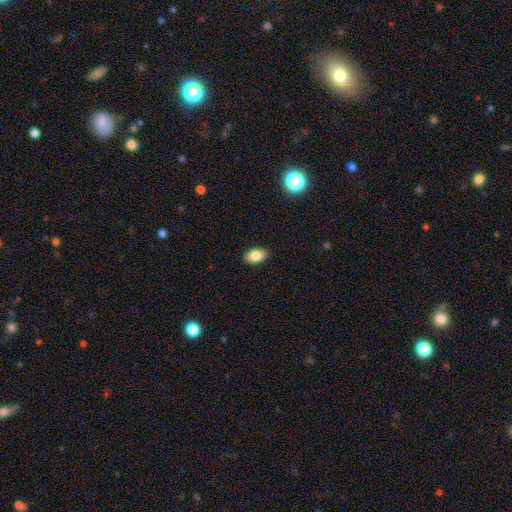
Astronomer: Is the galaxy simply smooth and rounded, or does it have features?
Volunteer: smooth — 82%.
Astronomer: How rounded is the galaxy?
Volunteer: in between — 88%.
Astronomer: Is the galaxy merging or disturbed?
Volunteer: none — 89%.